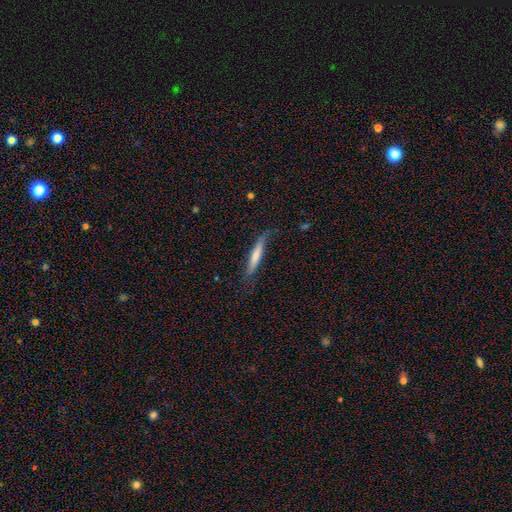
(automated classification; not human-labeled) Q: Smooth or featured?
A: smooth (66%); runner-up: featured or disk (29%)
Q: How rounded?
A: cigar-shaped (92%); runner-up: in between (7%)
Q: Merging?
A: none (70%); runner-up: minor disturbance (23%)